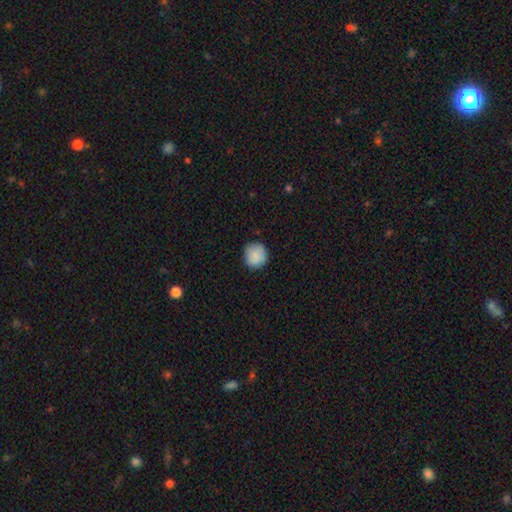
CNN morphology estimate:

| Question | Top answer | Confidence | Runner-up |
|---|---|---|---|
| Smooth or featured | smooth | 87% | star or artifact (7%) |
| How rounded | round | 93% | in between (6%) |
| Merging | none | 86% | minor disturbance (11%) |